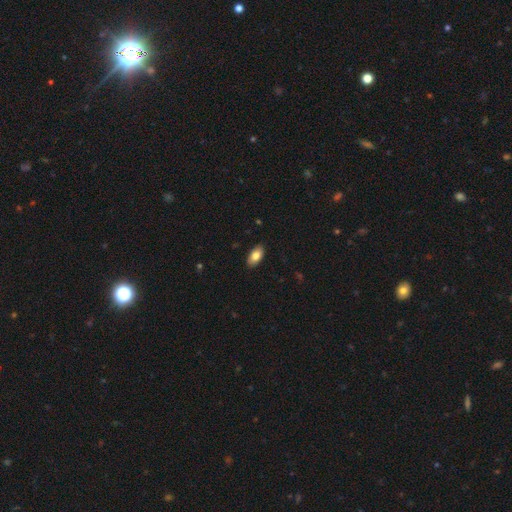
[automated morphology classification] A smooth galaxy with no disk features (82%) that is in between round and cigar-shaped (94%). Merging: none (89%).